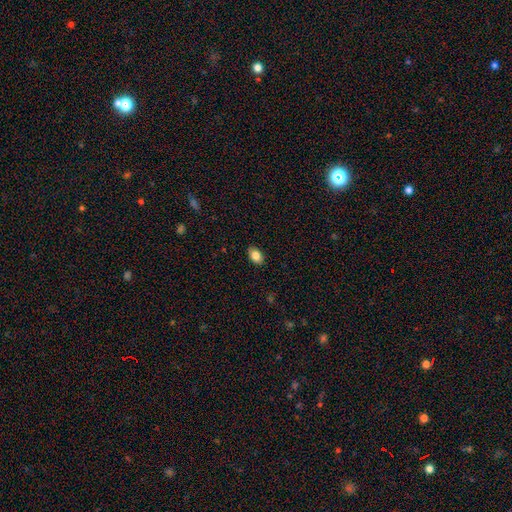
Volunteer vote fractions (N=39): Smooth or featured? 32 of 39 (82%) said smooth. How rounded? 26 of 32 (81%) said in between. Merging? 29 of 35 (83%) said none.